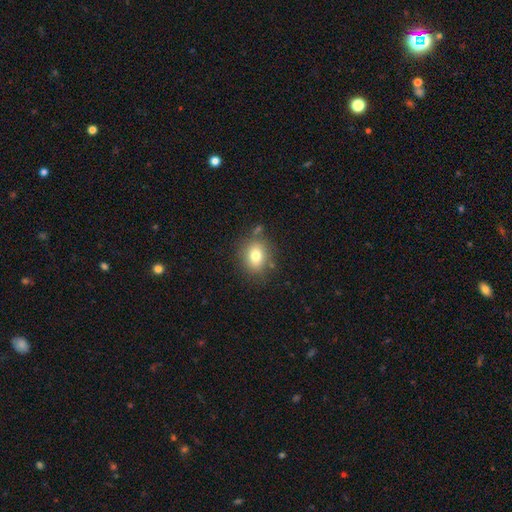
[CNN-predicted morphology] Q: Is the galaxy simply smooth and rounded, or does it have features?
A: smooth — 78%.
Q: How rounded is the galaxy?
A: round — 50%.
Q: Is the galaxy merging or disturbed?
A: none — 78%.